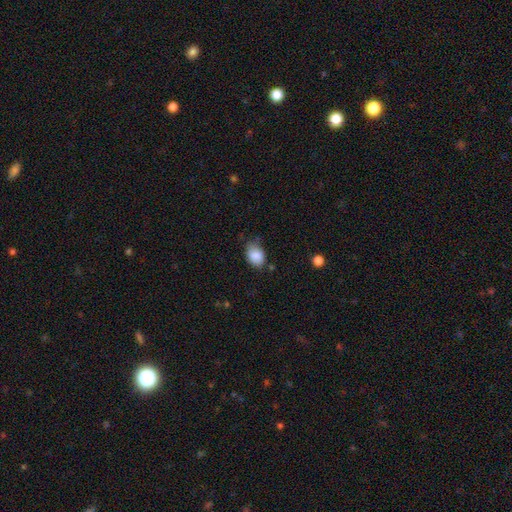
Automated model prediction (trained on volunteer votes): smooth-or-featured: smooth: 87% | star or artifact: 8% | featured or disk: 6%
  how-rounded: in between: 78% | round: 21% | cigar-shaped: 1%
  merging: none: 62% | minor disturbance: 29% | major disturbance: 6% | merger: 2%